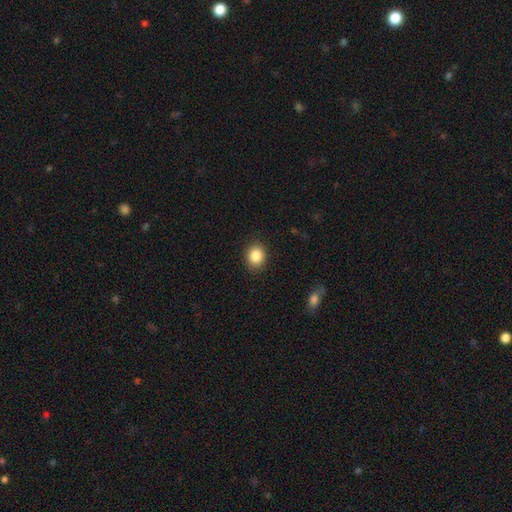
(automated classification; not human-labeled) This appears to be a smooth galaxy with no disk features (85%) that is round (63%). Merging: none (89%).